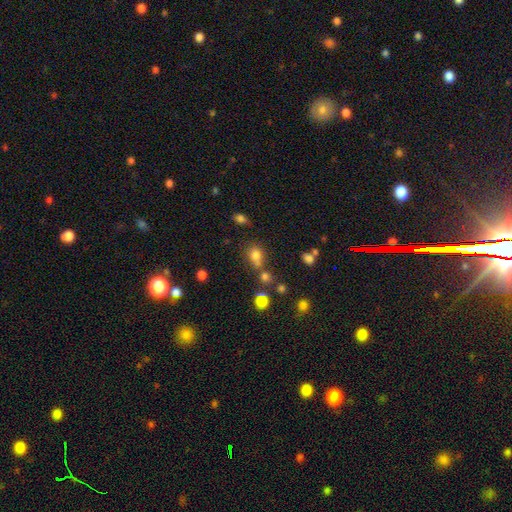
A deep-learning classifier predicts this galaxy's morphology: type=smooth (75%); roundness=round (56%); merging=none (49%).